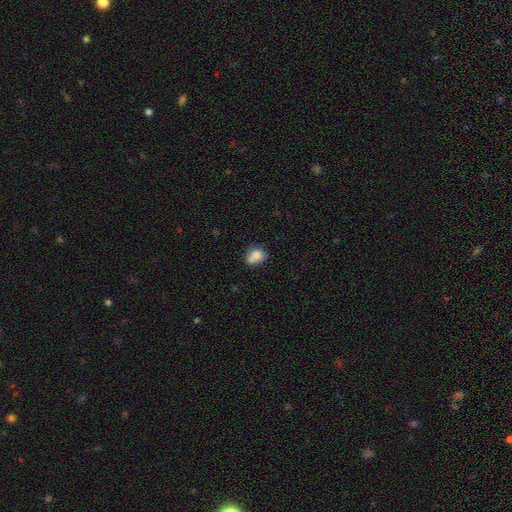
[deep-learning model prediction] A smooth galaxy with no disk features (78%) that is round (56%).

Vote fractions:
- Smooth or featured? smooth: 78% / featured or disk: 12% / star or artifact: 10%
- How rounded? round: 56% / in between: 43% / cigar-shaped: 1%
- Merging? none: 43% / merger: 32% / minor disturbance: 19% / major disturbance: 6%